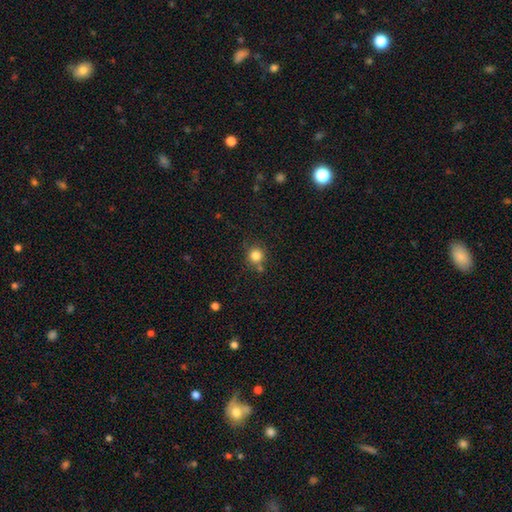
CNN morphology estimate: This appears to be a smooth galaxy with no disk features (83%) that is round (92%). Merging: none (73%).